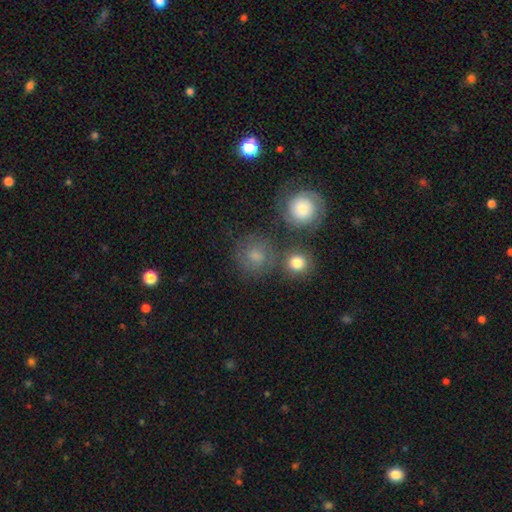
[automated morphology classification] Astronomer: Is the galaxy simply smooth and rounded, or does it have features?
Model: smooth — 55% (runner-up: featured or disk, 31%).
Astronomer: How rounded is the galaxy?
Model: round — 85%.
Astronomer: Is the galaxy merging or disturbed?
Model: none — 64%.